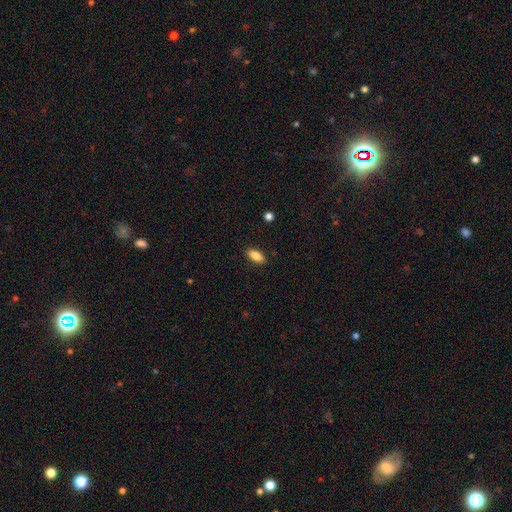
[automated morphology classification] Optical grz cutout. It shows a smooth galaxy with no disk features (85%) that is in between round and cigar-shaped (86%). Merging: none (88%).